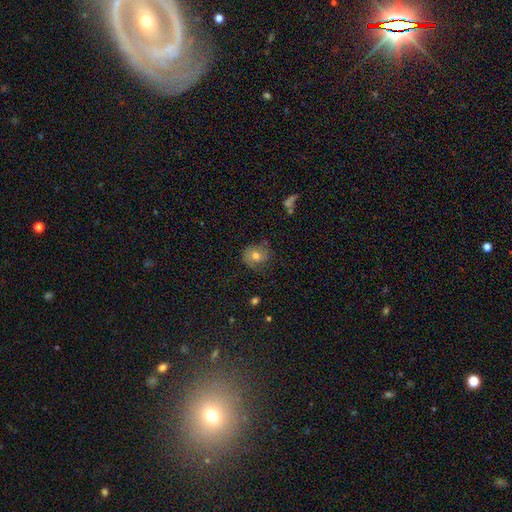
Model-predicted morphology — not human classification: A smooth galaxy with no disk features (57%) that is round (73%).

Vote fractions:
- Smooth or featured? smooth: 57% / featured or disk: 32% / star or artifact: 11%
- How rounded? round: 73% / in between: 26% / cigar-shaped: 1%
- Merging? none: 66% / minor disturbance: 22% / major disturbance: 10% / merger: 2%